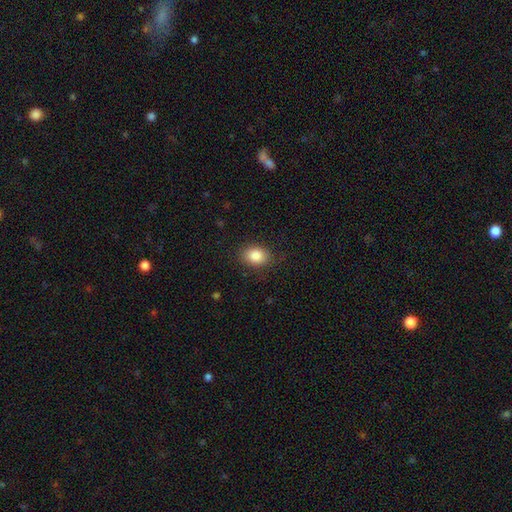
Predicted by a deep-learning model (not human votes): A smooth galaxy with no disk features (86%) that is in between round and cigar-shaped (67%). Merging: none (84%).